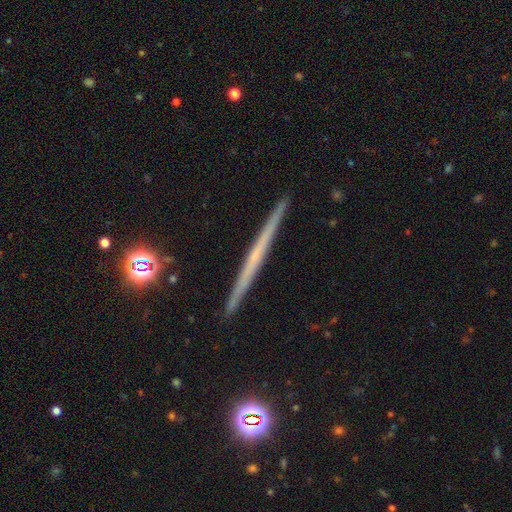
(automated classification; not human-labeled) A featured or disk galaxy (63%) viewed edge-on (98%) with no central bulge (85%).

Vote fractions:
- Smooth or featured? featured or disk: 63% / smooth: 29% / star or artifact: 8%
- Edge-on disk? yes: 98% / no: 2%
- Edge-on bulge? none: 85% / rounded: 11% / boxy: 4%
- Merging? none: 92% / minor disturbance: 5% / merger: 1% / major disturbance: 1%